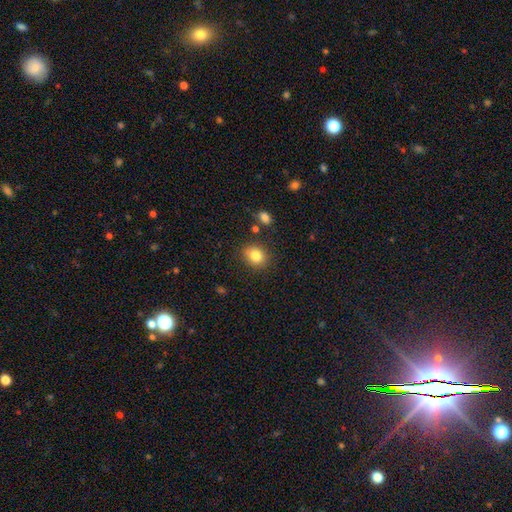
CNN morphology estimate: Smooth or featured?
  - smooth: 83% *
  - star or artifact: 10%
  - featured or disk: 7%
How rounded?
  - round: 64% *
  - in between: 35%
  - cigar-shaped: 1%
Merging?
  - none: 82% *
  - minor disturbance: 11%
  - merger: 4%
  - major disturbance: 3%